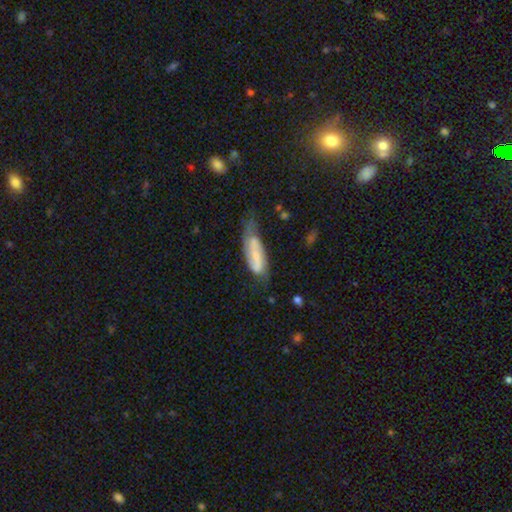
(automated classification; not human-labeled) featured or disk 58%, smooth 35%, star or artifact 7%. Down the decision tree: edge-on disk — no (86%); merging — none (42%).